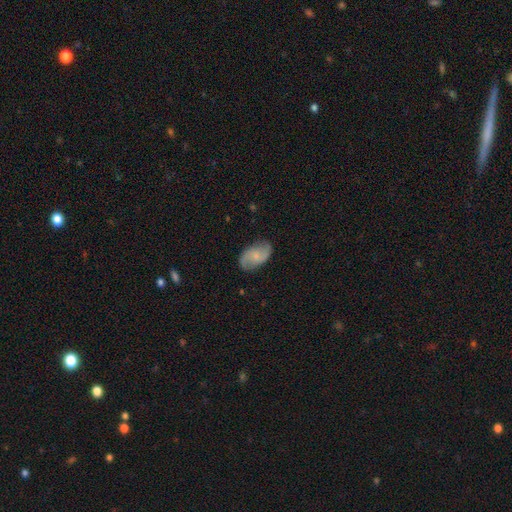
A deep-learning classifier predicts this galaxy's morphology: smooth-or-featured: featured or disk: 64% | smooth: 30% | star or artifact: 6%
  disk-edge-on: no: 96% | yes: 4%
    bar: no: 58% | weak: 36% | strong: 6%
    has-spiral-arms: yes: 92% | no: 8%
      spiral-winding: loose: 43% | medium: 40% | tight: 17%
      spiral-arm-count: 2: 89% | can't tell: 6% | 1: 2% | 3: 2% | 4: 1% | more than 4: 1%
    bulge-size: small: 62% | moderate: 20% | none: 16% | large: 2% | dominant: 1%
  merging: none: 80% | minor disturbance: 15% | major disturbance: 4% | merger: 1%